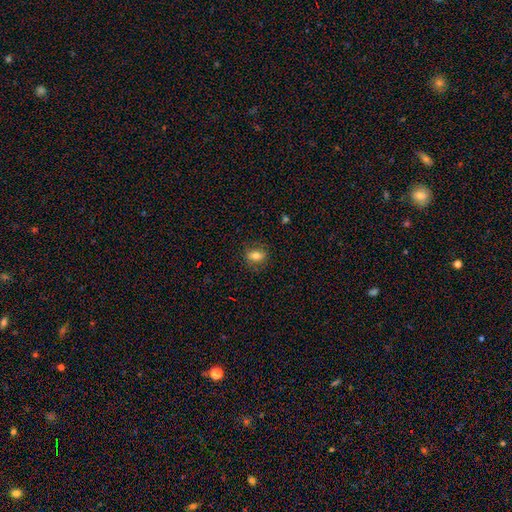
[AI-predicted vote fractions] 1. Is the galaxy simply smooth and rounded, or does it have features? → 75% smooth, 15% featured or disk, 10% star or artifact.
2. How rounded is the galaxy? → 74% in between, 20% round, 6% cigar-shaped.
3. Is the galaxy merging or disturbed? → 81% none, 14% minor disturbance, 5% major disturbance, 1% merger.